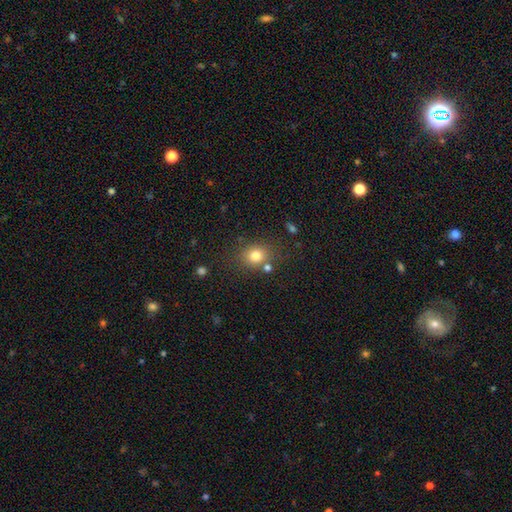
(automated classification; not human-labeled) Smooth or featured? smooth (78%)
How rounded? round (70%)
Merging? none (74%)